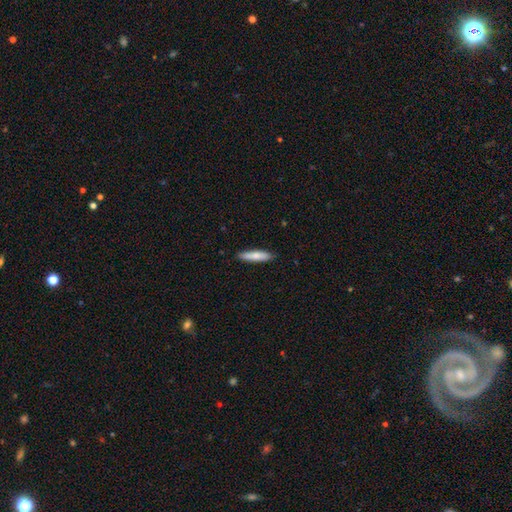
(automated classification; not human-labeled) A smooth galaxy with no disk features (77%) that is cigar-shaped (82%). Merging: none (89%).